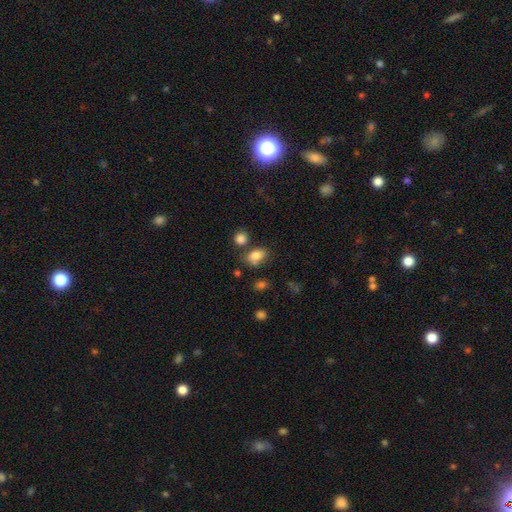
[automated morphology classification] A smooth galaxy with no disk features (82%) that is in between round and cigar-shaped (79%). Merging: none (65%).